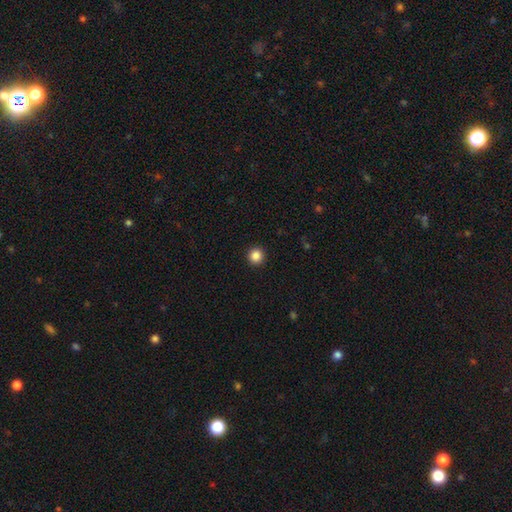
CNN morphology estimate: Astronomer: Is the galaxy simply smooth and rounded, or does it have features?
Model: smooth — 87%.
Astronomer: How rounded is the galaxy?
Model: round — 95%.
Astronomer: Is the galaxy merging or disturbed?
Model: none — 93%.